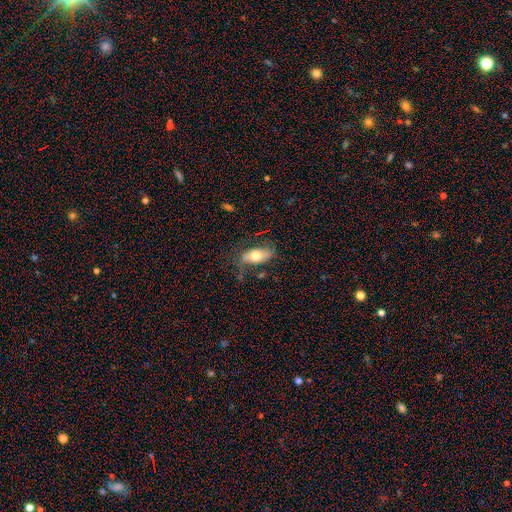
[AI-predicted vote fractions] smooth 63%, featured or disk 30%, star or artifact 7%. Down the decision tree: how rounded — in between (86%); merging — none (61%).